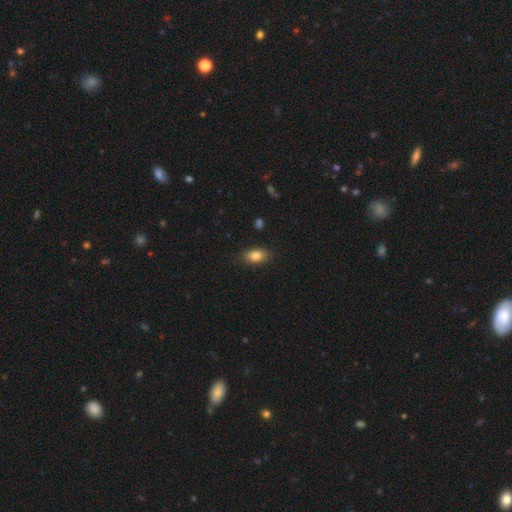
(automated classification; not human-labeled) The model was most divided on "merging": none: 85%, minor disturbance: 11%, major disturbance: 2%, merger: 1%. More confident: how rounded — in between (88%); smooth or featured — smooth (84%).